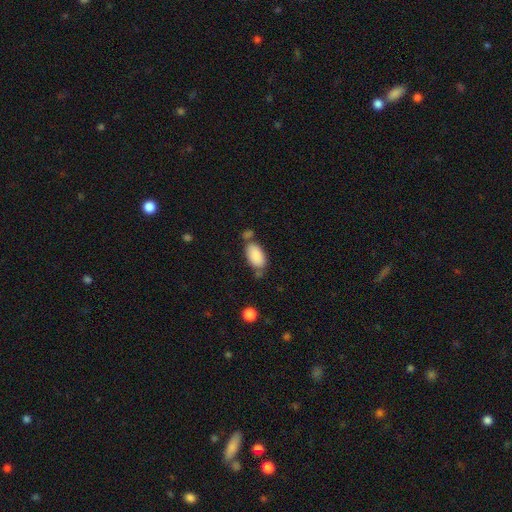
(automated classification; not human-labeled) Smooth or featured?
  - smooth: 87% *
  - star or artifact: 6%
  - featured or disk: 6%
How rounded?
  - in between: 94% *
  - round: 3%
  - cigar-shaped: 3%
Merging?
  - none: 55% *
  - minor disturbance: 21%
  - merger: 18%
  - major disturbance: 6%